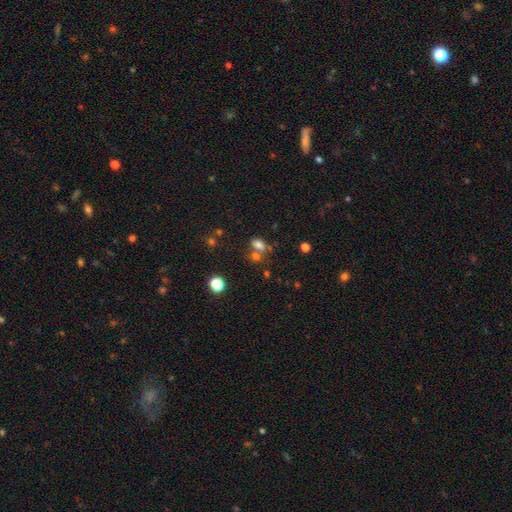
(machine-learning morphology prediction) smooth_or_featured: smooth (p=0.48) [alt: star or artifact p=0.39]
merging: none (p=0.52) [alt: merger p=0.32]